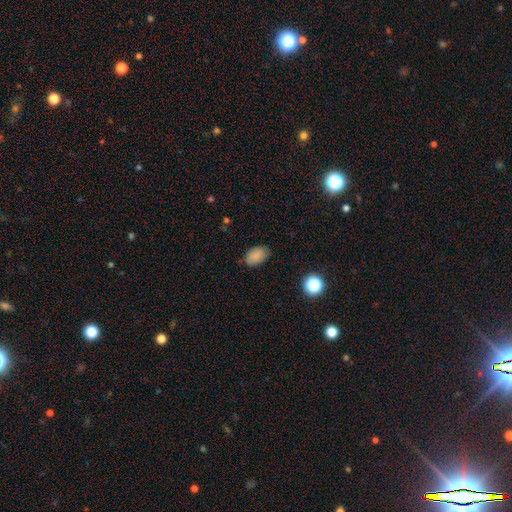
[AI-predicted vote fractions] Q: Smooth or featured?
A: smooth (85%); runner-up: star or artifact (10%)
Q: How rounded?
A: in between (87%); runner-up: round (12%)
Q: Merging?
A: none (77%); runner-up: minor disturbance (18%)